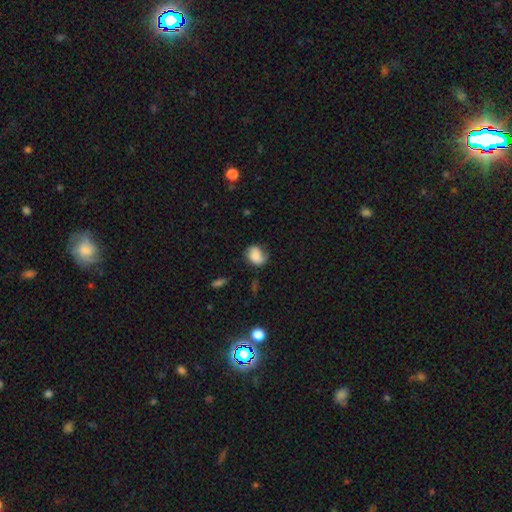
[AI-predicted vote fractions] Smooth or featured? smooth (55%)
How rounded? round (49%, tied with in between)
Merging? none (55%)